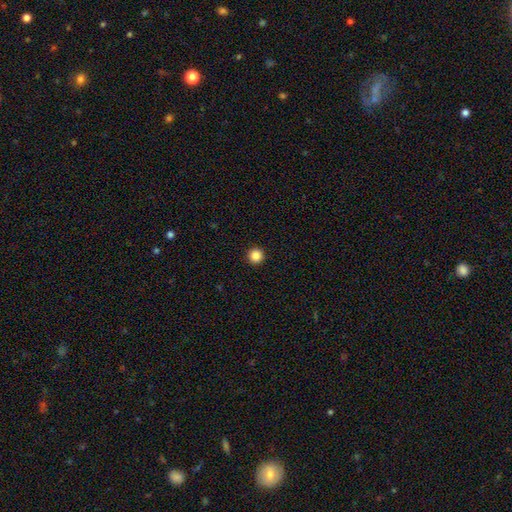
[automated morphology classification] smooth_or_featured: smooth (p=0.86) [alt: star or artifact p=0.11]
how_rounded: round (p=0.96) [alt: in between p=0.03]
merging: none (p=0.94) [alt: minor disturbance p=0.04]